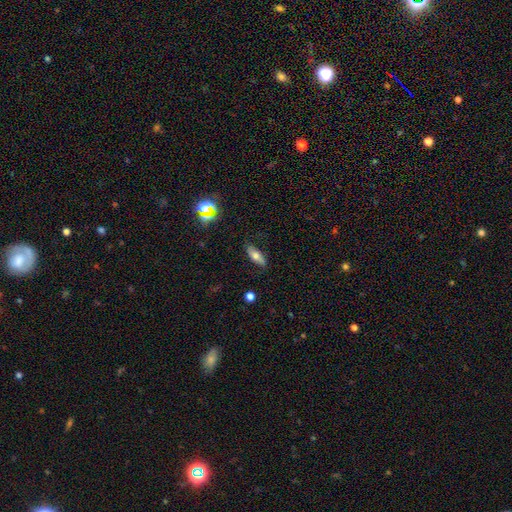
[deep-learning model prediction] Smooth or featured: smooth — 61% (featured or disk — 29%)
How rounded: in between — 70% (cigar-shaped — 26%)
Merging: none — 79% (minor disturbance — 16%)